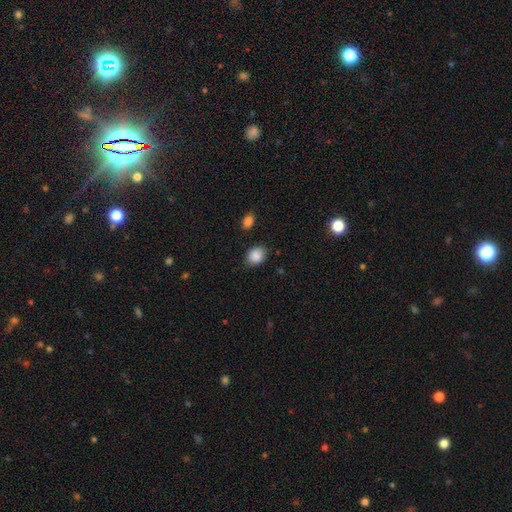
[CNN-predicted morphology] smooth-or-featured: smooth: 88% | star or artifact: 8% | featured or disk: 4%
  how-rounded: in between: 60% | round: 39% | cigar-shaped: 1%
  merging: none: 80% | minor disturbance: 14% | major disturbance: 3% | merger: 2%